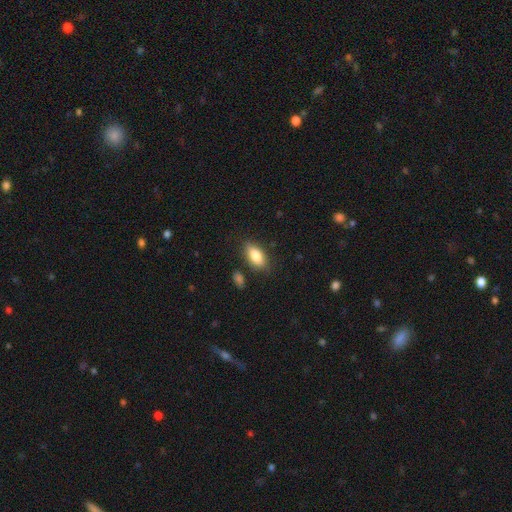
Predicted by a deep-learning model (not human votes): The model was most divided on "merging": none: 81%, minor disturbance: 13%, merger: 4%, major disturbance: 3%. More confident: how rounded — in between (89%); smooth or featured — smooth (83%).